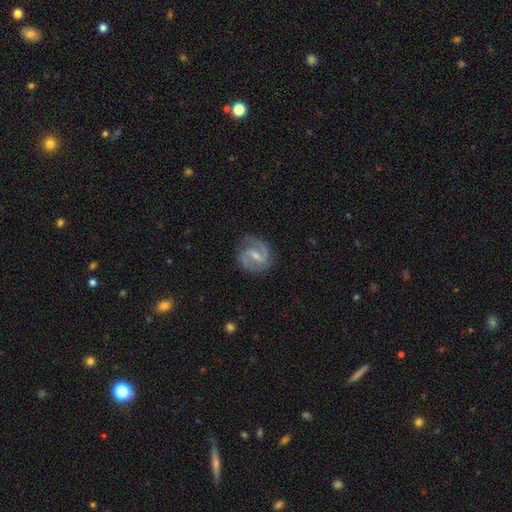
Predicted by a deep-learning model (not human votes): Smooth or featured: featured or disk — 88% (smooth — 7%)
Edge-on disk: no — 98% (yes — 2%)
Bar: weak — 53% (strong — 28%)
Spiral arms: yes — 97% (no — 3%)
Spiral winding: medium — 54% (tight — 31%)
Spiral arm count: 2 — 91% (can't tell — 3%)
Bulge size: small — 57% (moderate — 37%)
Merging: none — 82% (minor disturbance — 13%)